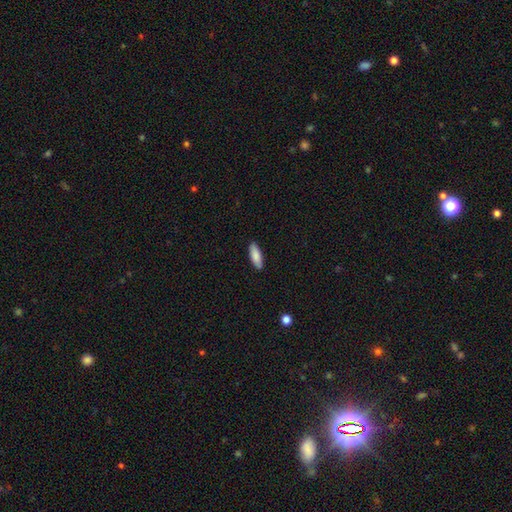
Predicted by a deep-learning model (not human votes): Morphology: type=smooth (86%); roundness=in between (60%); merging=none (89%).